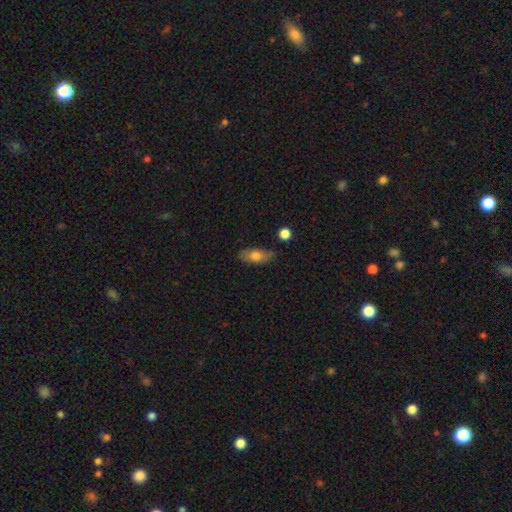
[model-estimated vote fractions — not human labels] Smooth or featured?
  - smooth: 73% *
  - featured or disk: 20%
  - star or artifact: 7%
How rounded?
  - in between: 81% *
  - cigar-shaped: 15%
  - round: 4%
Merging?
  - none: 74% *
  - minor disturbance: 19%
  - major disturbance: 4%
  - merger: 3%